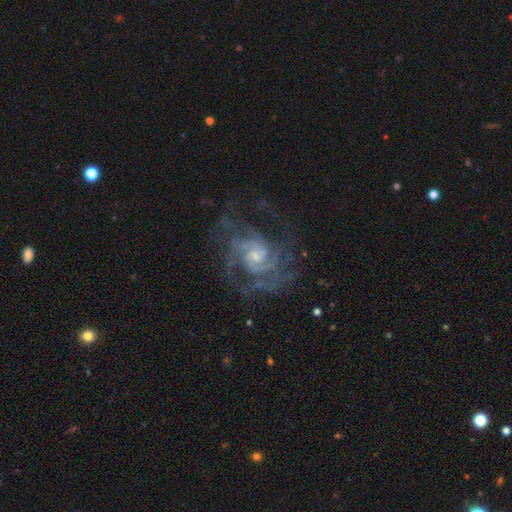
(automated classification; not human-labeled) A featured or disk galaxy (87%) with no bar (53%), 2 (38%) tight (49%) spiral arms (96%) and a small central bulge (59%). Merging: none (68%).